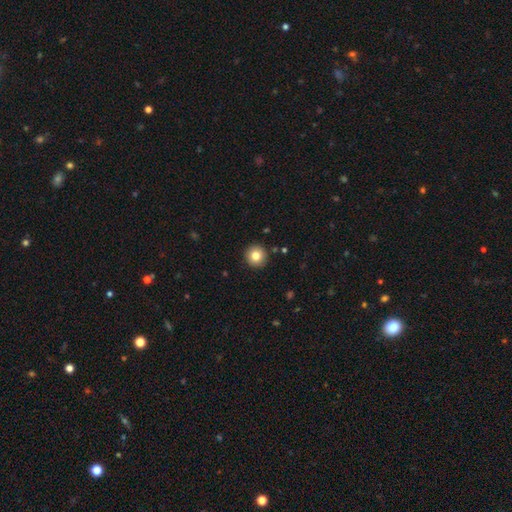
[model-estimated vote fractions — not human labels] Q: Smooth or featured?
A: smooth (81%); runner-up: star or artifact (10%)
Q: How rounded?
A: round (96%); runner-up: in between (3%)
Q: Merging?
A: none (92%); runner-up: minor disturbance (5%)